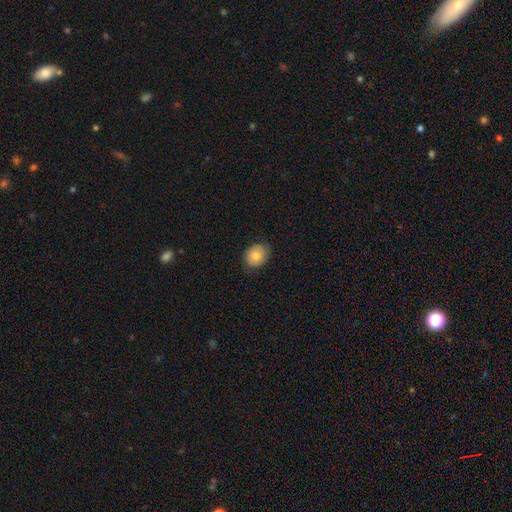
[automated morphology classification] A smooth galaxy with no disk features (78%) that is round (57%).

Vote fractions:
- Smooth or featured? smooth: 78% / featured or disk: 14% / star or artifact: 8%
- How rounded? round: 57% / in between: 42% / cigar-shaped: 1%
- Merging? none: 80% / minor disturbance: 16% / major disturbance: 3% / merger: 1%